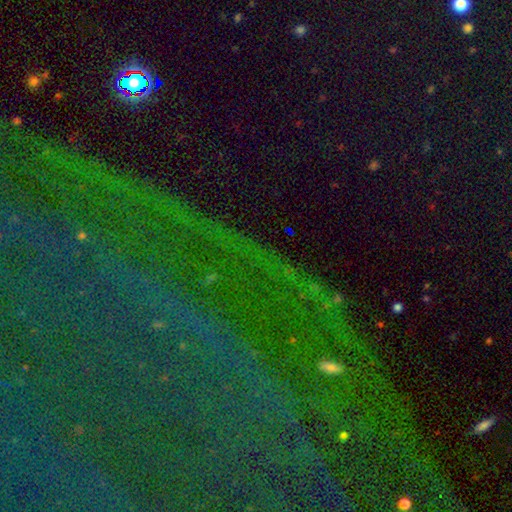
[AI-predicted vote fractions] Overall: star or artifact (83%).